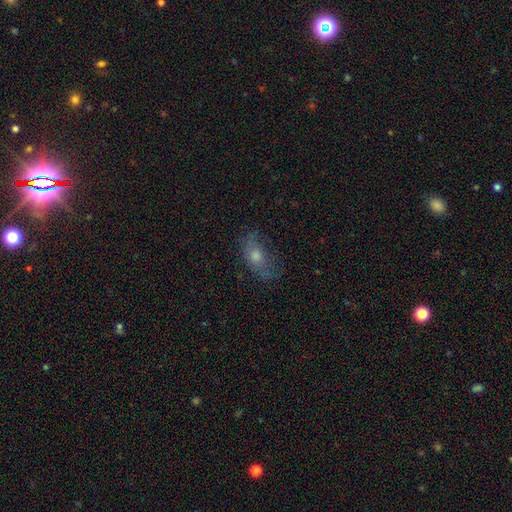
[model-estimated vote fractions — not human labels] smooth-or-featured: smooth: 51% | featured or disk: 34% | star or artifact: 15%
  how-rounded: in between: 79% | round: 12% | cigar-shaped: 9%
  merging: none: 58% | minor disturbance: 26% | major disturbance: 15% | merger: 2%